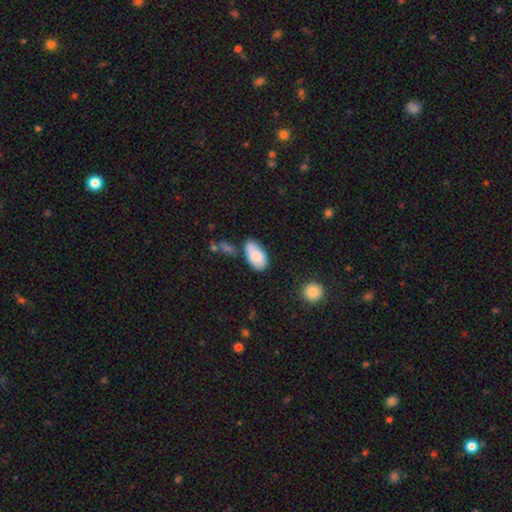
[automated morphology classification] type=smooth (84%); roundness=in between (94%); merging=none (59%).